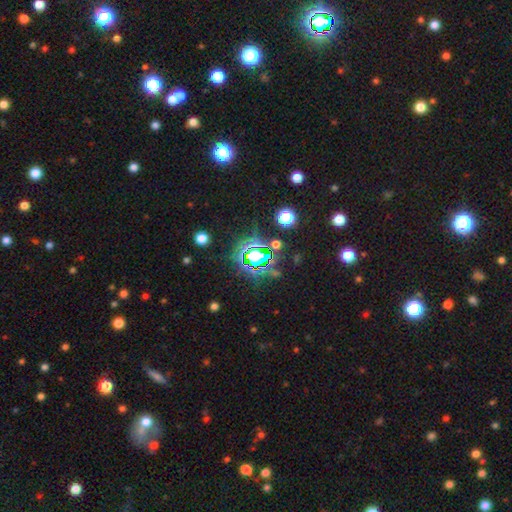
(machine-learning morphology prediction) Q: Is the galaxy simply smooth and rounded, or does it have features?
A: star or artifact — 70%.